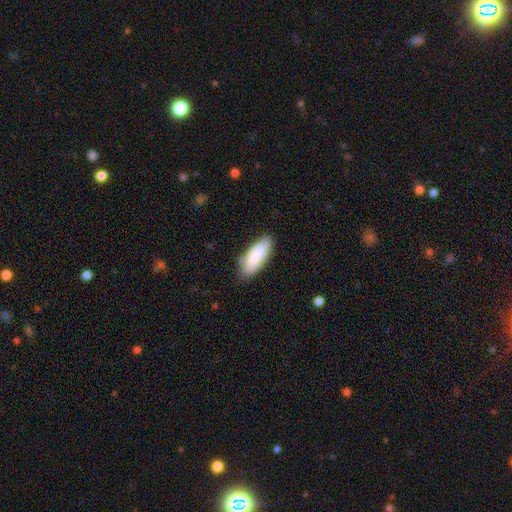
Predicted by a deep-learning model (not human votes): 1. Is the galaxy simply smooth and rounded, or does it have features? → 82% smooth, 12% featured or disk, 6% star or artifact.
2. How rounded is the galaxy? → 77% in between, 21% cigar-shaped, 2% round.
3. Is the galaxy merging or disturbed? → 74% none, 20% minor disturbance, 4% major disturbance, 2% merger.